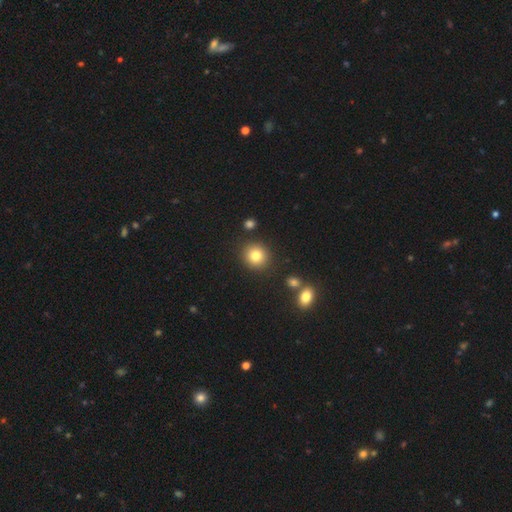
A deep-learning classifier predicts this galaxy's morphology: Q: Smooth or featured?
A: smooth (82%); runner-up: star or artifact (10%)
Q: How rounded?
A: round (88%); runner-up: in between (11%)
Q: Merging?
A: none (87%); runner-up: minor disturbance (7%)